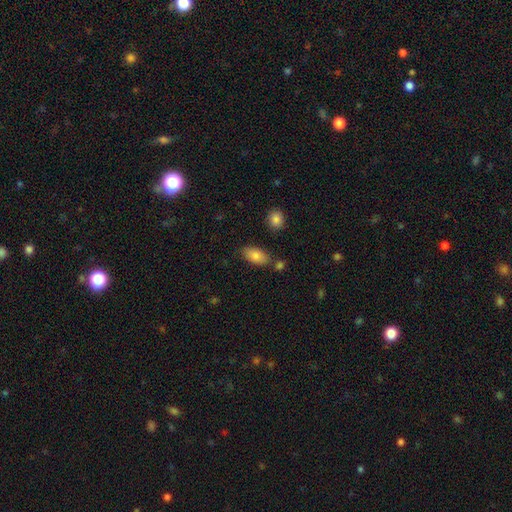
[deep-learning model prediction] Smooth or featured?
  - smooth: 84% *
  - featured or disk: 9%
  - star or artifact: 7%
How rounded?
  - in between: 92% *
  - cigar-shaped: 5%
  - round: 3%
Merging?
  - none: 75% *
  - minor disturbance: 14%
  - merger: 8%
  - major disturbance: 3%